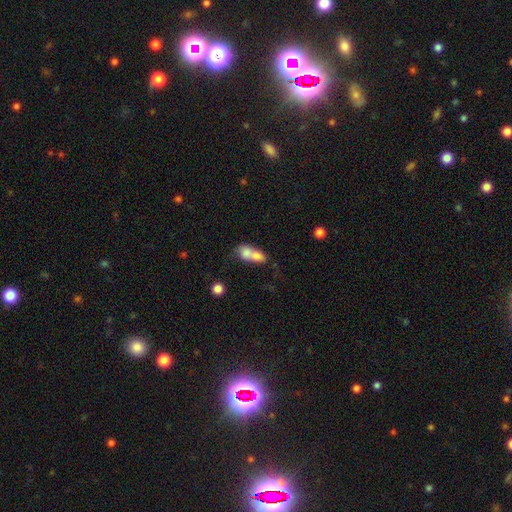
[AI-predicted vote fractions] This is likely a smooth galaxy (70%). How rounded: likely in between (66%). Merging: likely merger (72%).